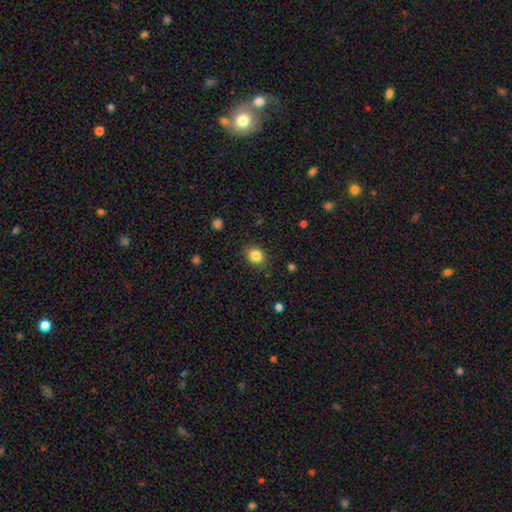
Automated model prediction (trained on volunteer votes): smooth_or_featured: smooth (p=0.85) [alt: star or artifact p=0.10]
how_rounded: round (p=0.65) [alt: in between p=0.34]
merging: none (p=0.83) [alt: minor disturbance p=0.13]